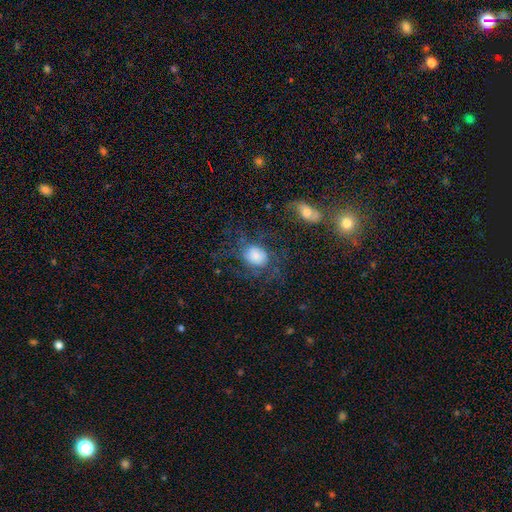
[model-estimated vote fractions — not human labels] smooth_or_featured: smooth (p=0.46) [alt: featured or disk p=0.41]
merging: none (p=0.53) [alt: major disturbance p=0.26]